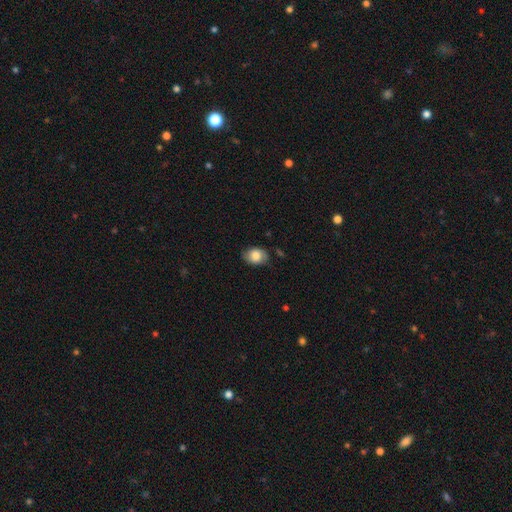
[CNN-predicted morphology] Q: Smooth or featured?
A: smooth (77%); runner-up: featured or disk (16%)
Q: How rounded?
A: in between (69%); runner-up: round (30%)
Q: Merging?
A: none (72%); runner-up: minor disturbance (22%)